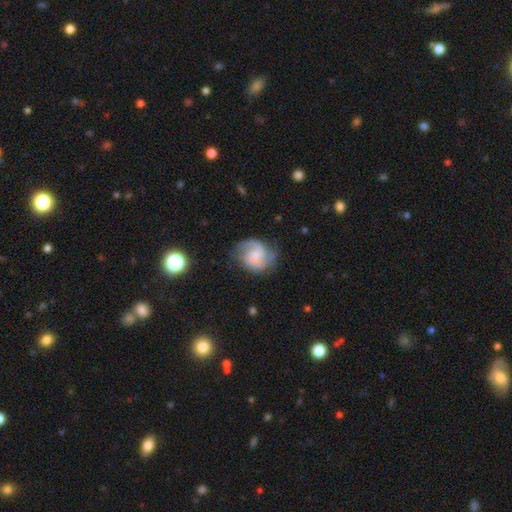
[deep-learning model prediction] Overall: featured or disk (74%). Edge-on disk: no (98%). Bar: no (65%; weak 31%). Spiral arms: yes (95%). Spiral arm count: 2 (69%). Spiral winding: medium (47%; tight 33%). Bulge size: small (49%; moderate 28%). Merging: none (67%).